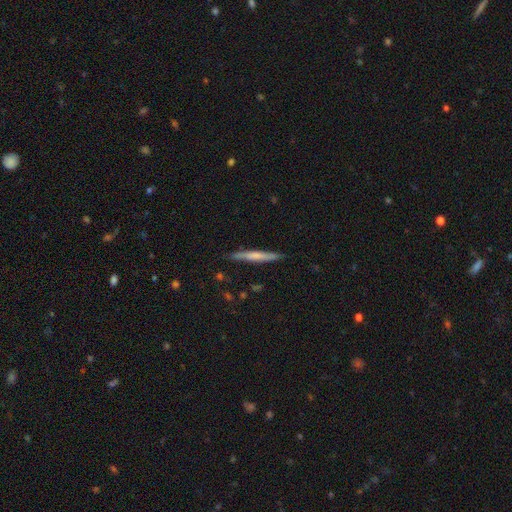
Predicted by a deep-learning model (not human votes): This is possibly a smooth galaxy (54%). How rounded: clearly cigar-shaped (95%). Merging: clearly none (86%).